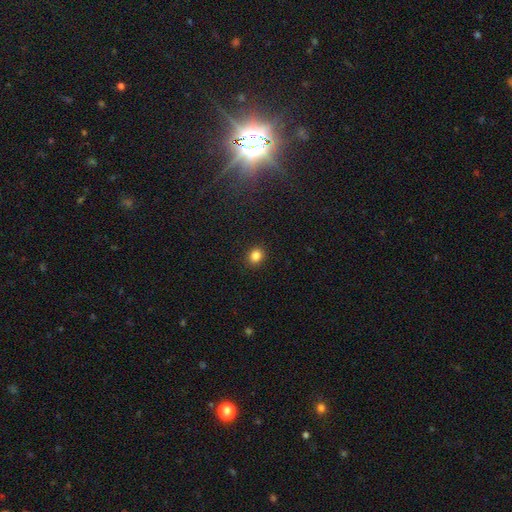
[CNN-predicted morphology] smooth-or-featured: smooth: 84% | star or artifact: 11% | featured or disk: 4%
  how-rounded: round: 74% | in between: 25% | cigar-shaped: 1%
  merging: none: 91% | minor disturbance: 6% | major disturbance: 2% | merger: 1%